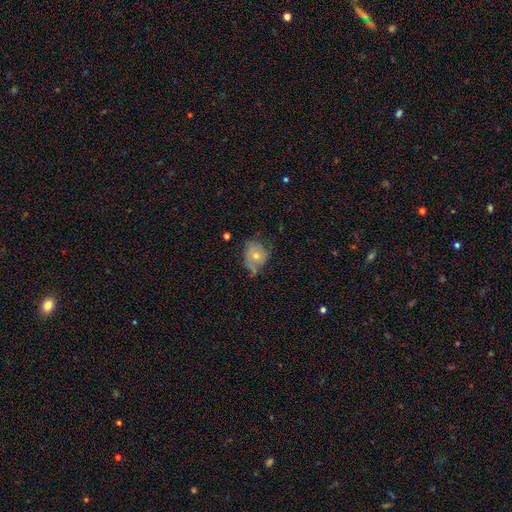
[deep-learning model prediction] Smooth or featured?
  - smooth: 45% *
  - featured or disk: 42%
  - star or artifact: 13%
Merging?
  - none: 47% *
  - minor disturbance: 33%
  - major disturbance: 14%
  - merger: 5%